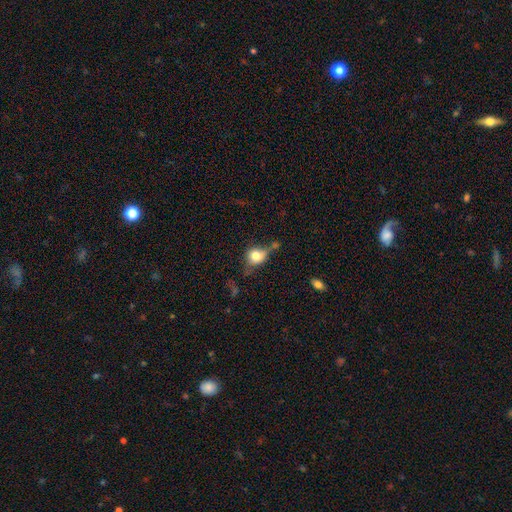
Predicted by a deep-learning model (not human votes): smooth 73%, featured or disk 17%, star or artifact 10%. Down the decision tree: how rounded — round (65%); merging — none (42%).